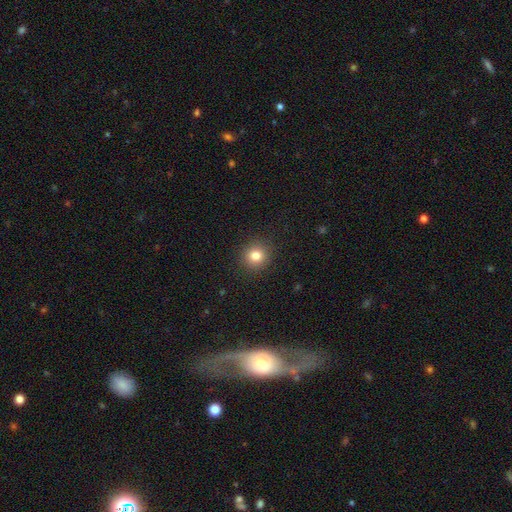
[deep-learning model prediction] The model was most divided on "smooth or featured": smooth: 81%, star or artifact: 12%, featured or disk: 7%. More confident: merging — none (91%); how rounded — round (90%).